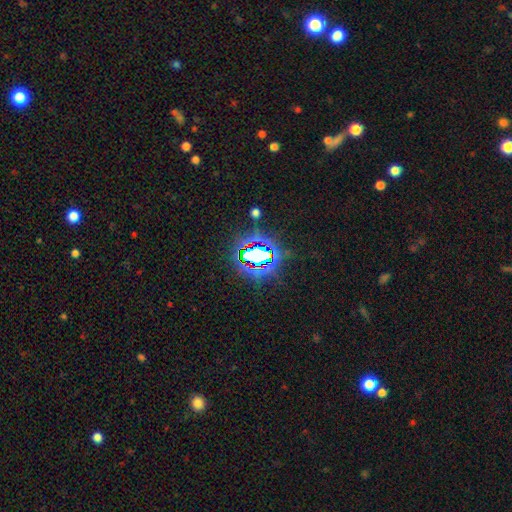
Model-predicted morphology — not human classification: star or artifact 72%, smooth 16%, featured or disk 11%.